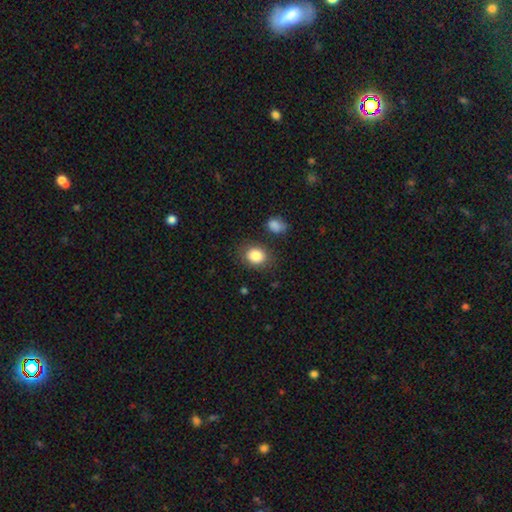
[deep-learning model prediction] smooth_or_featured: smooth (p=0.84) [alt: star or artifact p=0.09]
how_rounded: round (p=0.57) [alt: in between p=0.43]
merging: none (p=0.79) [alt: minor disturbance p=0.12]